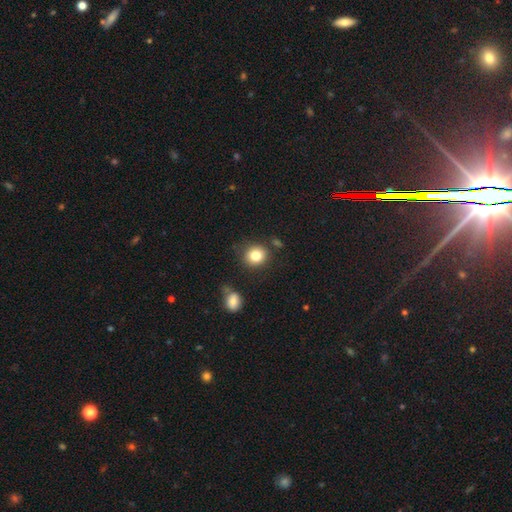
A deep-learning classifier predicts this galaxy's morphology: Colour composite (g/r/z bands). It shows a smooth galaxy with no disk features (82%) that is round (82%). Merging: none (81%).